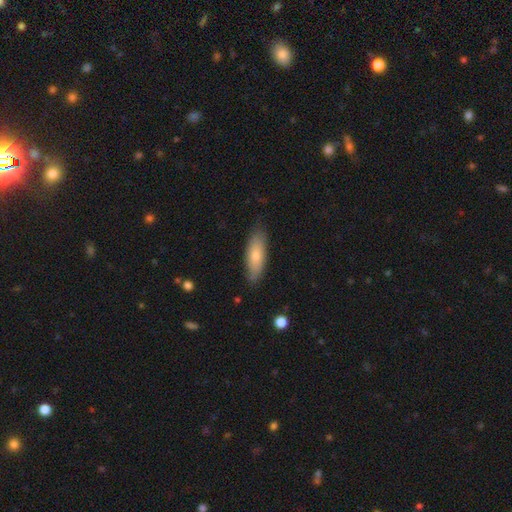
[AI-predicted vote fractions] The model was most divided on "how rounded": in between: 64%, cigar-shaped: 34%, round: 2%. More confident: merging — none (78%); smooth or featured — smooth (71%).